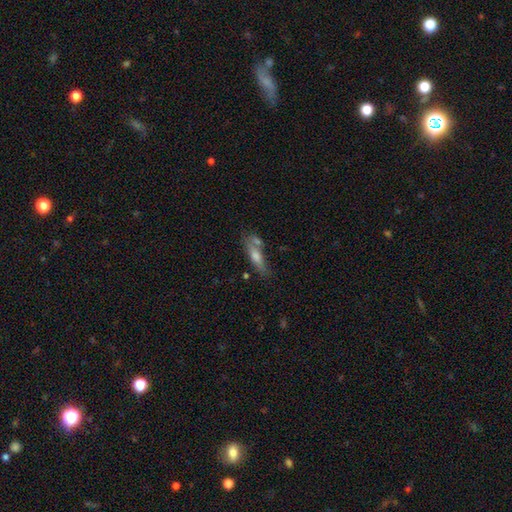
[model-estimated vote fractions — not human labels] smooth_or_featured: smooth (p=0.57) [alt: featured or disk p=0.34]
how_rounded: cigar-shaped (p=0.66) [alt: in between p=0.31]
merging: none (p=0.55) [alt: merger p=0.20]